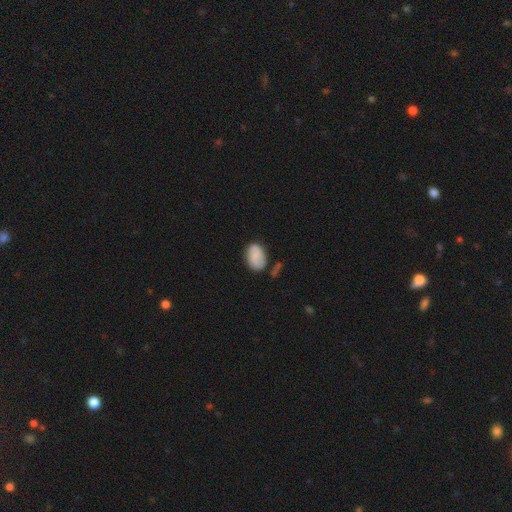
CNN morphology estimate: Overall: smooth (77%). How rounded: in between (86%). Merging: none (66%).